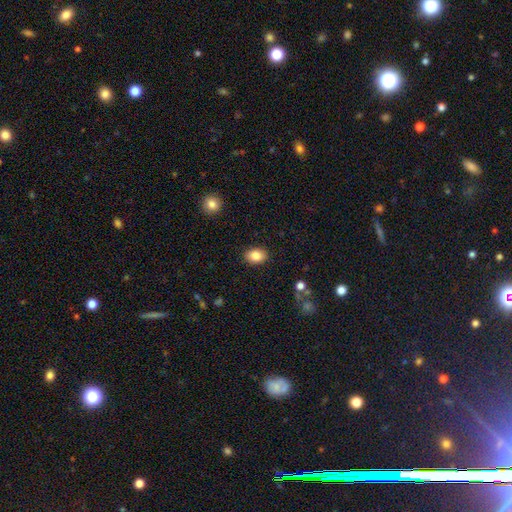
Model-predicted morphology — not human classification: Smooth or featured? smooth (85%)
How rounded? in between (73%)
Merging? none (89%)